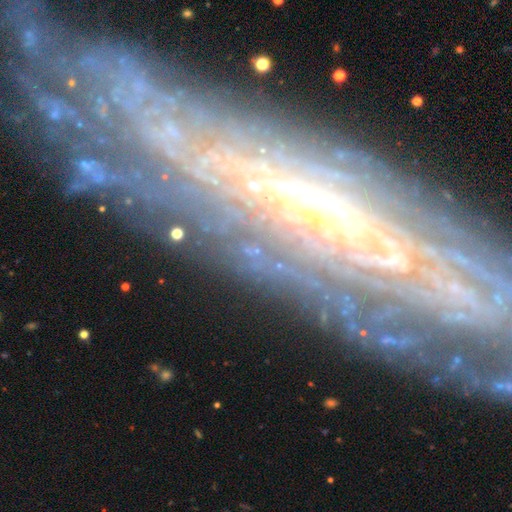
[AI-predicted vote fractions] This is likely a featured or disk galaxy (74%). It is likely not viewed edge-on (74%). Bar: possibly no (53%). Spiral arm pattern: likely yes (78%). Central bulge: possibly small (56%). Merging: likely none (74%).